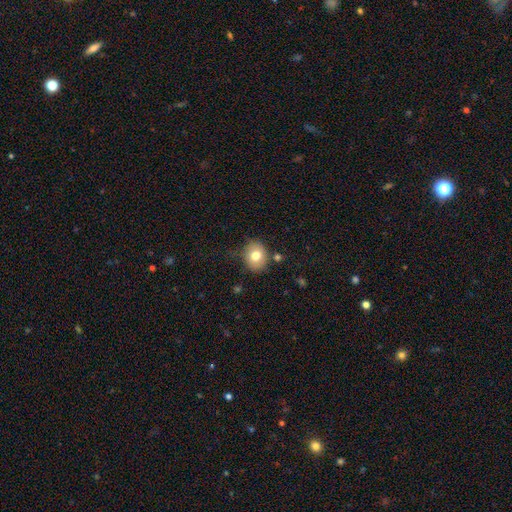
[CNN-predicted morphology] Smooth or featured? Predicted: smooth (p=0.76). How rounded? Predicted: round (p=0.63). Merging? Predicted: none (p=0.77).